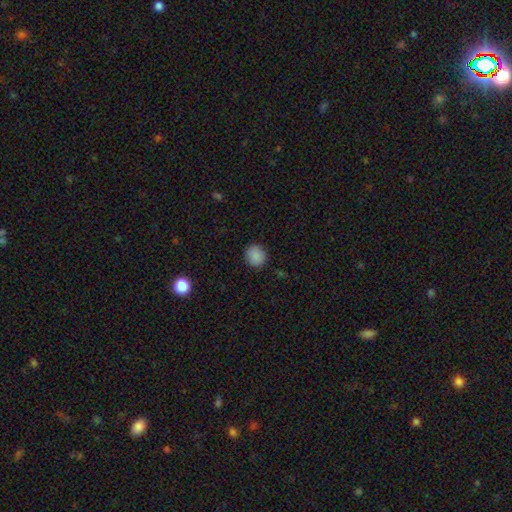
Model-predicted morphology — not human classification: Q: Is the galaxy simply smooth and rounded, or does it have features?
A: smooth — 87%.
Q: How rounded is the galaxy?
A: round — 90%.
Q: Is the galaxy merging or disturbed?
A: none — 89%.